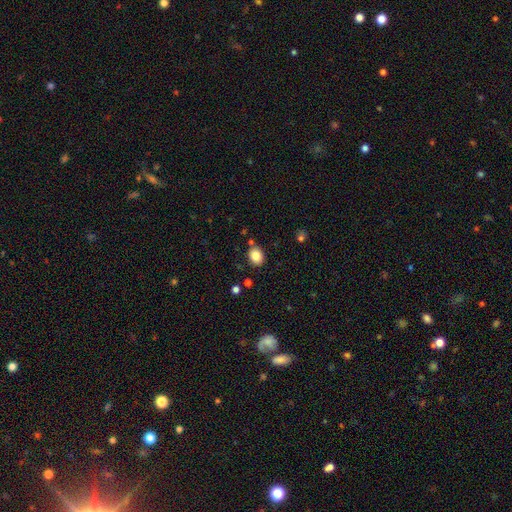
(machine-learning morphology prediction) smooth 83%, star or artifact 9%, featured or disk 7%. Down the decision tree: how rounded — in between (58%); merging — none (82%).